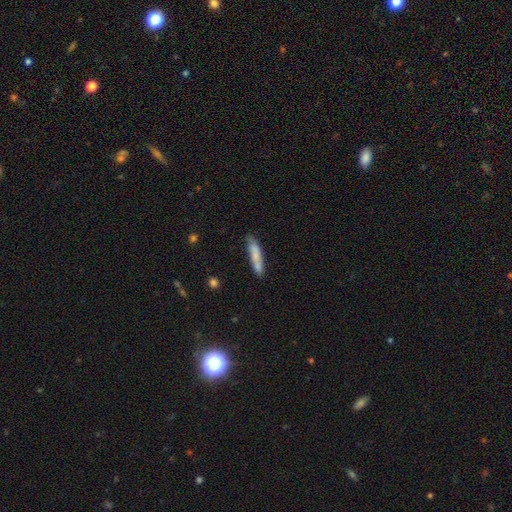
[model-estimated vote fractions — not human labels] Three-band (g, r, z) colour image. It shows a smooth galaxy with no disk features (72%) that is cigar-shaped (85%). Merging: none (68%).